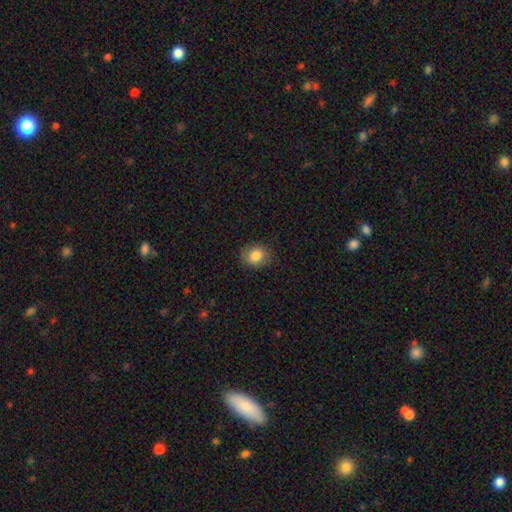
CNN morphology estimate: The model was most divided on "how rounded": round: 59%, in between: 40%, cigar-shaped: 1%. More confident: smooth or featured — smooth (83%); merging — none (81%).